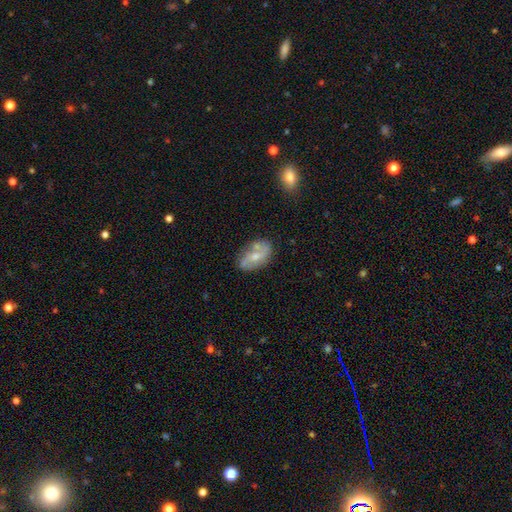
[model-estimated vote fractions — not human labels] featured or disk 56%, smooth 36%, star or artifact 7%. Down the decision tree: edge-on disk — no (92%); bar — no (51%); spiral arms — yes (68%); bulge size — moderate (52%); merging — none (65%).